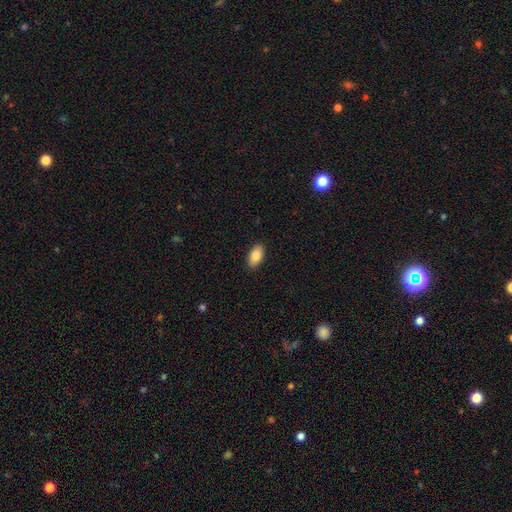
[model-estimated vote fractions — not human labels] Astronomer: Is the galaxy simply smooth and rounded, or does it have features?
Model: smooth — 85%.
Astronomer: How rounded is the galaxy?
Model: in between — 93%.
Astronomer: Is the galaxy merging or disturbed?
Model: none — 90%.